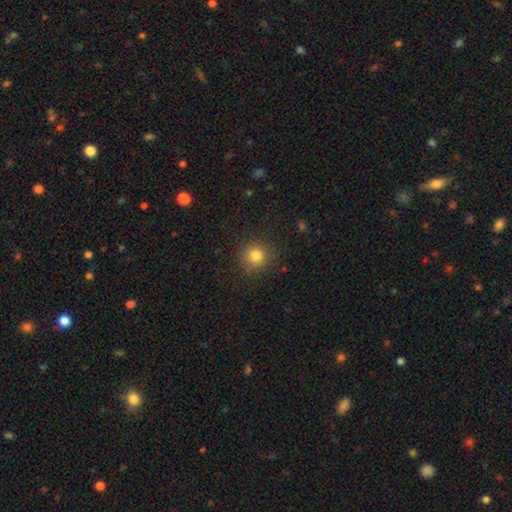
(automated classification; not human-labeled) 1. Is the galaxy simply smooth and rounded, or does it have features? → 81% smooth, 13% star or artifact, 6% featured or disk.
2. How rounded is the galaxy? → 92% round, 7% in between, 1% cigar-shaped.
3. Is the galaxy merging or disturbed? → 87% none, 9% minor disturbance, 3% major disturbance, 1% merger.